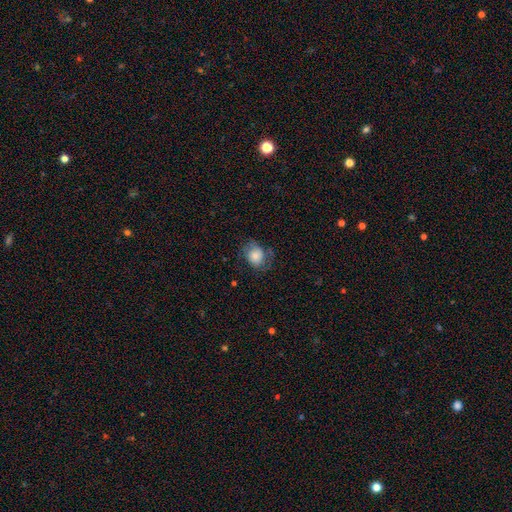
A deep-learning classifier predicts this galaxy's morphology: The model was most divided on "how rounded": round: 52%, in between: 47%, cigar-shaped: 1%. More confident: smooth or featured — smooth (72%); merging — none (58%).